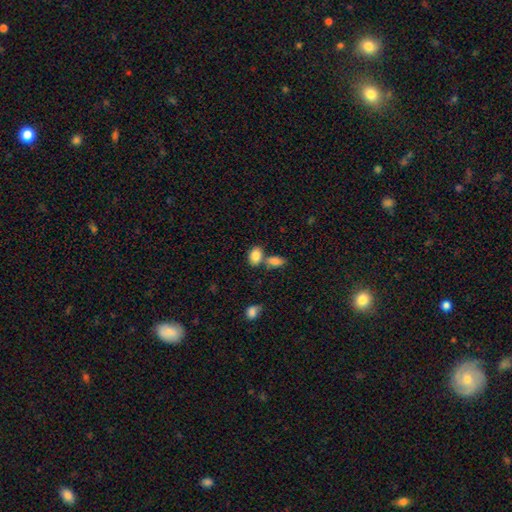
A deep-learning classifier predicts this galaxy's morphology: The model was most divided on "merging": none: 53%, merger: 32%, minor disturbance: 11%, major disturbance: 4%. More confident: how rounded — in between (85%); smooth or featured — smooth (84%).